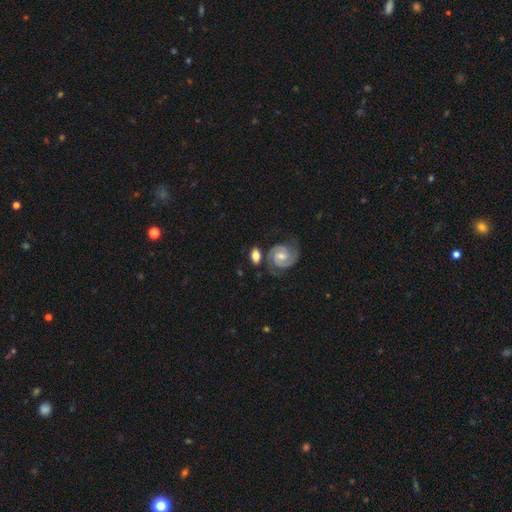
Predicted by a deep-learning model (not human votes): Smooth or featured: featured or disk — 52% (smooth — 41%)
Edge-on disk: no — 93% (yes — 7%)
Merging: none — 65% (minor disturbance — 15%)